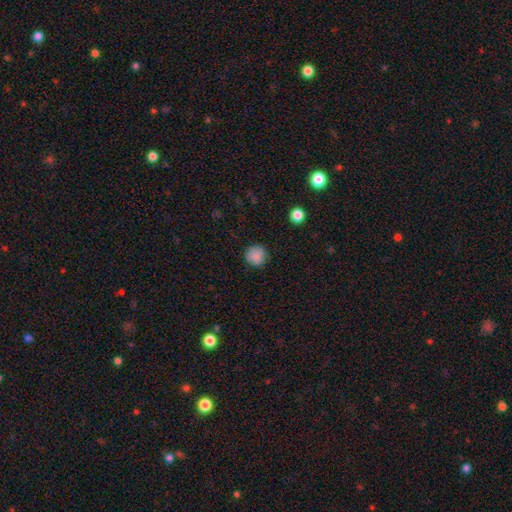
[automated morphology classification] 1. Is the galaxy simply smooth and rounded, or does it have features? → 86% smooth, 10% star or artifact, 4% featured or disk.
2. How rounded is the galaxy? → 92% round, 7% in between, 1% cigar-shaped.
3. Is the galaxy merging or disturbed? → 85% none, 11% minor disturbance, 3% major disturbance, 1% merger.